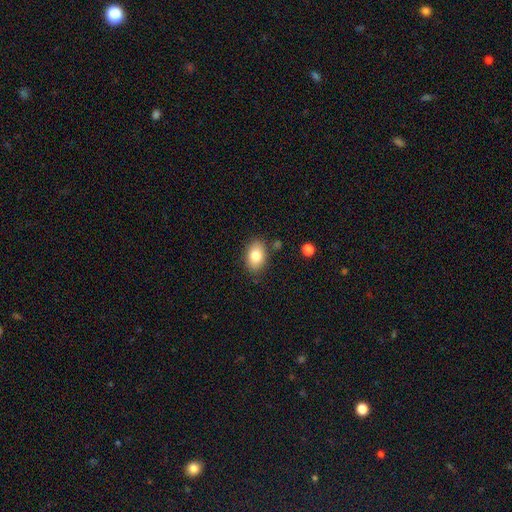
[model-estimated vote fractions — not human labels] Morphology: type=smooth (82%); roundness=in between (86%); merging=none (82%).